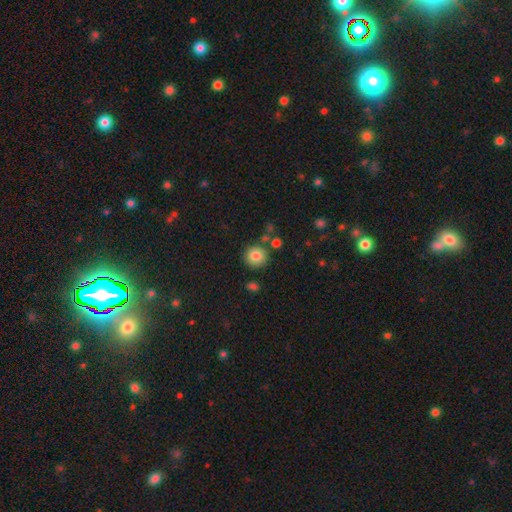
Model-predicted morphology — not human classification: This appears to be a smooth galaxy with no disk features (83%) that is round (93%). Merging: none (81%).